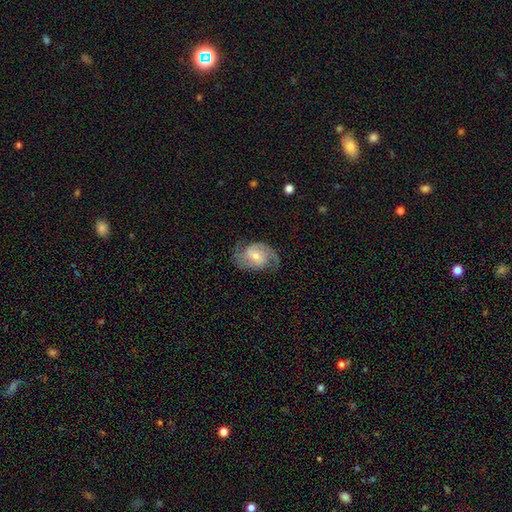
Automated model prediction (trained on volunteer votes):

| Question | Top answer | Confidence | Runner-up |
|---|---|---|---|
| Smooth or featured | featured or disk | 82% | smooth (13%) |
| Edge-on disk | no | 97% | yes (3%) |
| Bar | no | 51% | weak (40%) |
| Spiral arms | yes | 95% | no (5%) |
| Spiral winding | medium | 51% | loose (28%) |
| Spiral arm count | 2 | 87% | can't tell (5%) |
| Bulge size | small | 53% | moderate (40%) |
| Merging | none | 72% | minor disturbance (17%) |